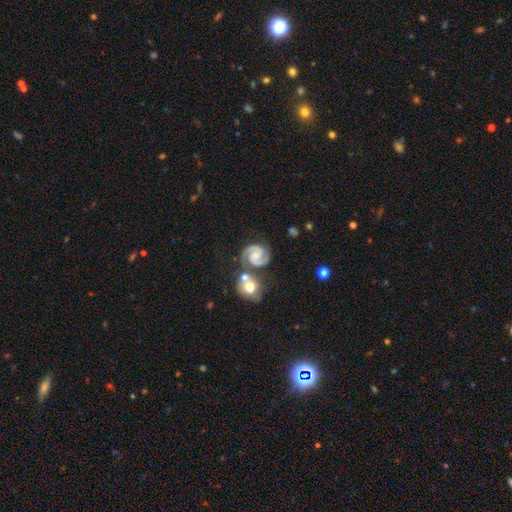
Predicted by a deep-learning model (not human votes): The model was most divided on "bulge size": small: 40%, moderate: 36%, none: 18%, large: 4%, dominant: 1%. More confident: spiral arms — yes (98%); edge-on disk — no (98%); spiral arm count — 2 (93%); smooth or featured — featured or disk (90%); merging — none (66%); bar — no (54%); spiral winding — medium (50%).